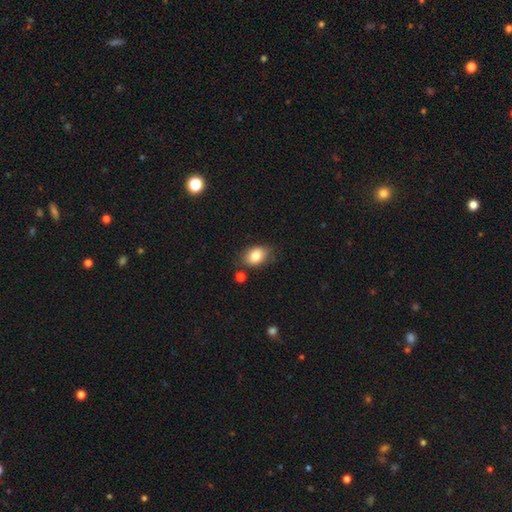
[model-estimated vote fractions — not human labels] A smooth galaxy with no disk features (82%) that is in between round and cigar-shaped (82%).

Vote fractions:
- Smooth or featured? smooth: 82% / featured or disk: 10% / star or artifact: 8%
- How rounded? in between: 82% / round: 17% / cigar-shaped: 1%
- Merging? none: 75% / minor disturbance: 16% / merger: 5% / major disturbance: 3%